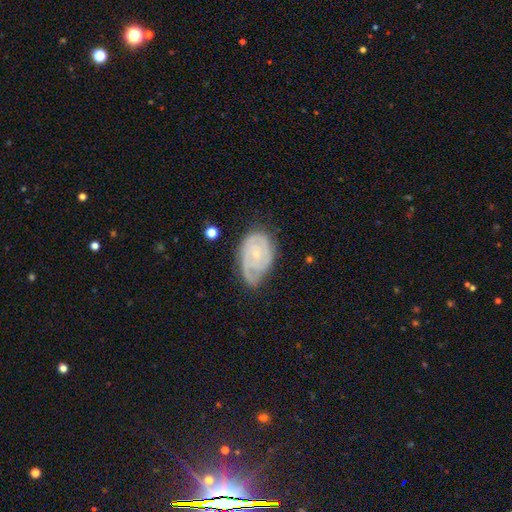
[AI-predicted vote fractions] A featured or disk galaxy (75%) with no bar (75%), 2 (34%) tight (65%) spiral arms (90%) and a small central bulge (77%). Merging: none (54%).